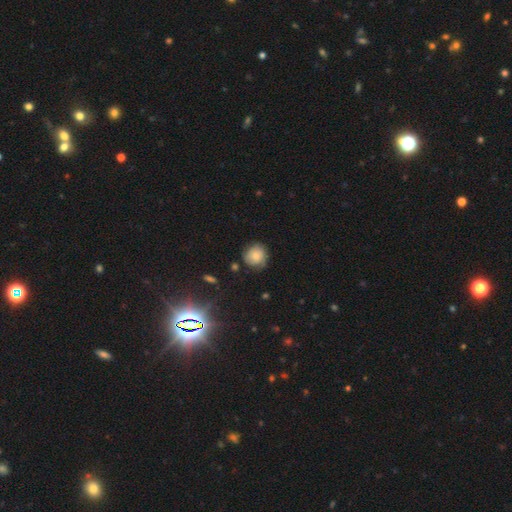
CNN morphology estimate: Smooth or featured? smooth (66%)
How rounded? round (85%)
Merging? none (68%)